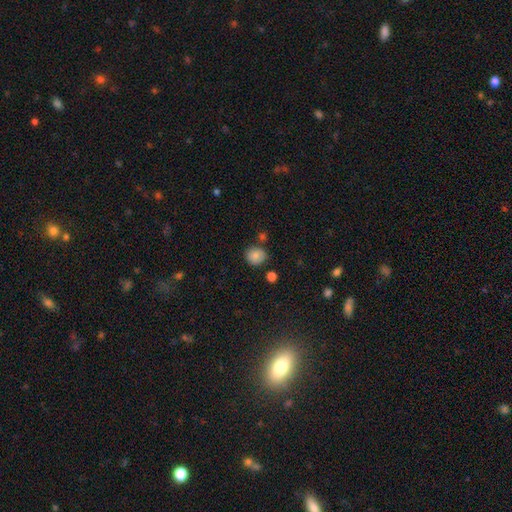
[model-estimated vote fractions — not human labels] Q: Smooth or featured?
A: smooth (83%); runner-up: star or artifact (10%)
Q: How rounded?
A: round (84%); runner-up: in between (15%)
Q: Merging?
A: none (77%); runner-up: minor disturbance (14%)